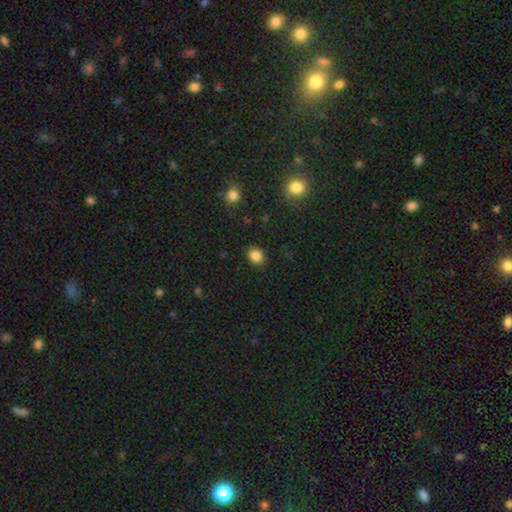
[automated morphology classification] This appears to be a smooth galaxy with no disk features (85%) that is round (58%). Merging: none (89%).